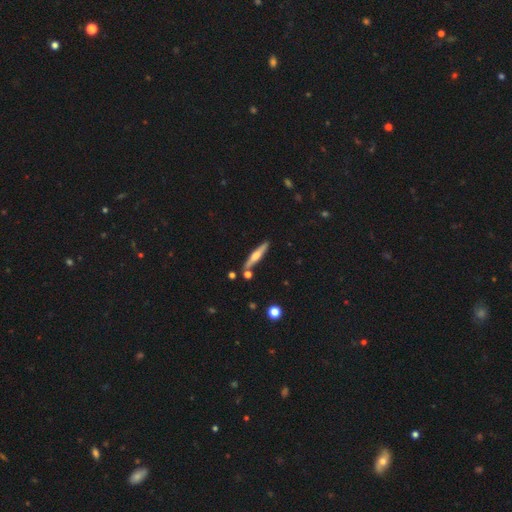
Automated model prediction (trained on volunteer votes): A featured or disk galaxy (59%) viewed edge-on (96%) with a rounded central bulge (83%). Merging: none (81%).